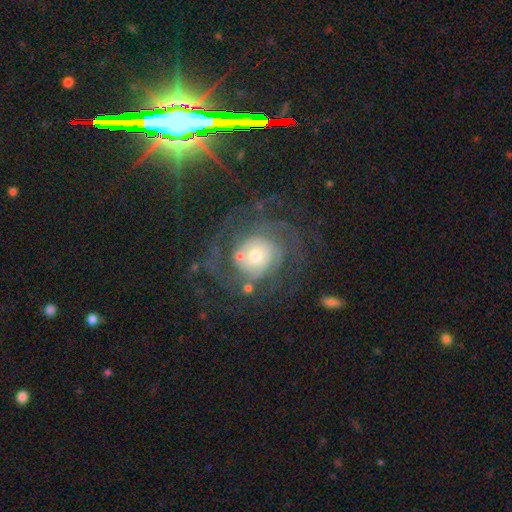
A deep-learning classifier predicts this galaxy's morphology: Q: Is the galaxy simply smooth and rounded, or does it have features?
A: featured or disk — 83%.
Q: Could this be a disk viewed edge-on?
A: no — 98%.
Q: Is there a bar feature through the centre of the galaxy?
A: no — 77%.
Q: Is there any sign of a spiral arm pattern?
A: yes — 93%.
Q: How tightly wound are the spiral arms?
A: tight — 58%.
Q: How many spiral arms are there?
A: can't tell — 33%.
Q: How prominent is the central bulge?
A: moderate — 50%.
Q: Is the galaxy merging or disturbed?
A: none — 64%.